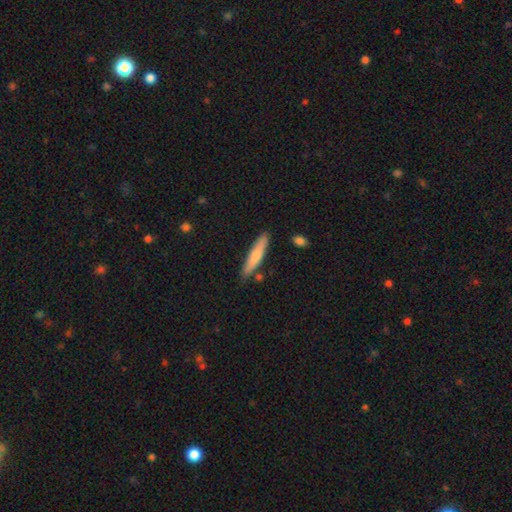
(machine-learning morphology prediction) Smooth or featured?
  - smooth: 72% *
  - featured or disk: 23%
  - star or artifact: 5%
How rounded?
  - cigar-shaped: 86% *
  - in between: 13%
  - round: 1%
Merging?
  - none: 82% *
  - minor disturbance: 12%
  - merger: 4%
  - major disturbance: 2%